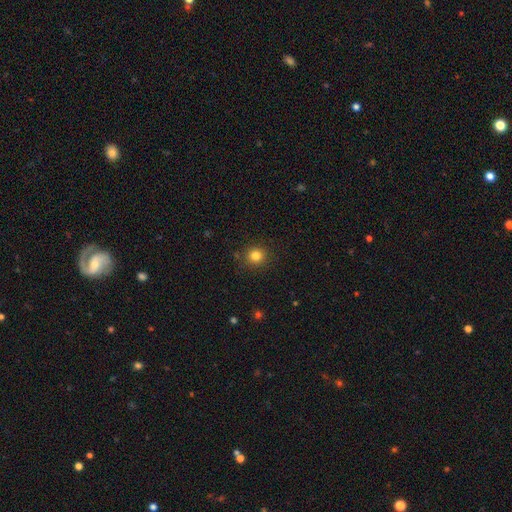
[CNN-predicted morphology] Smooth or featured: smooth — 82% (star or artifact — 13%)
How rounded: round — 90% (in between — 9%)
Merging: none — 89% (minor disturbance — 7%)